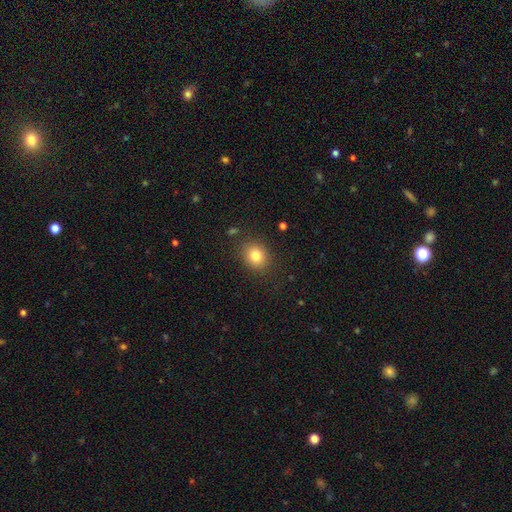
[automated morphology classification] type=smooth (81%); roundness=round (66%); merging=none (86%).